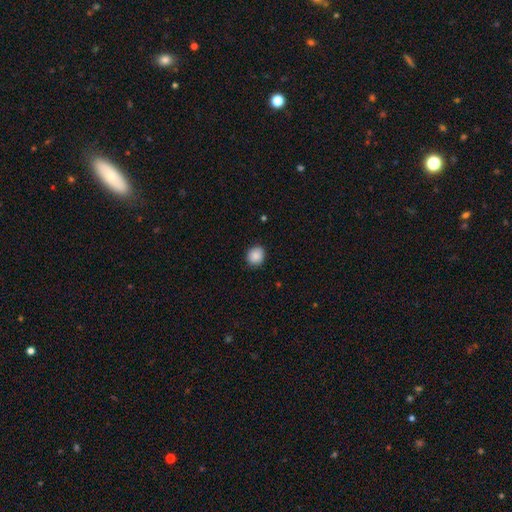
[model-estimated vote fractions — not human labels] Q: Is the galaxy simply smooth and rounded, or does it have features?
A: smooth — 89%.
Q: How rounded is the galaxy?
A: round — 76%.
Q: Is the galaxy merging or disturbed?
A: none — 88%.